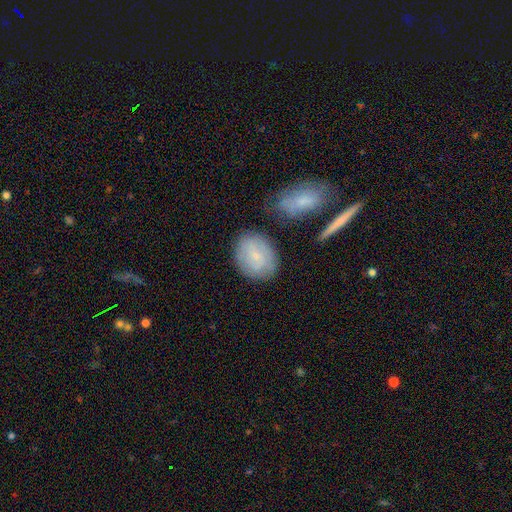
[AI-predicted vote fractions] Overall: smooth (63%; featured or disk 30%). How rounded: in between (64%; round 34%). Merging: none (75%).